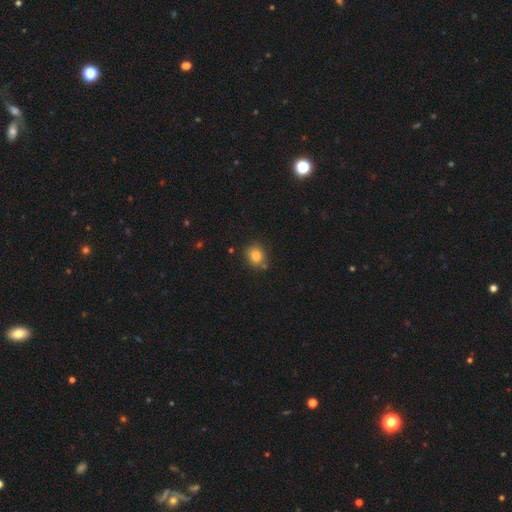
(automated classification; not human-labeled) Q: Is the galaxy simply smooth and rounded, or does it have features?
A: smooth — 85%.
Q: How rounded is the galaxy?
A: round — 71%.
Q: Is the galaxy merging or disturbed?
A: none — 75%.